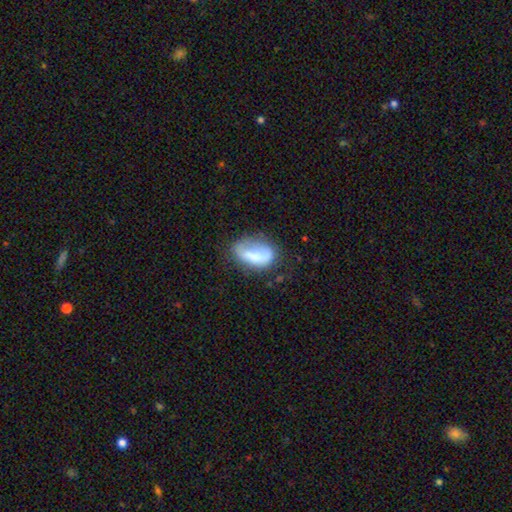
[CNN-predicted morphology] Smooth or featured?
  - smooth: 67% *
  - featured or disk: 25%
  - star or artifact: 8%
How rounded?
  - in between: 90% *
  - round: 7%
  - cigar-shaped: 3%
Merging?
  - none: 44% *
  - minor disturbance: 30%
  - major disturbance: 20%
  - merger: 6%